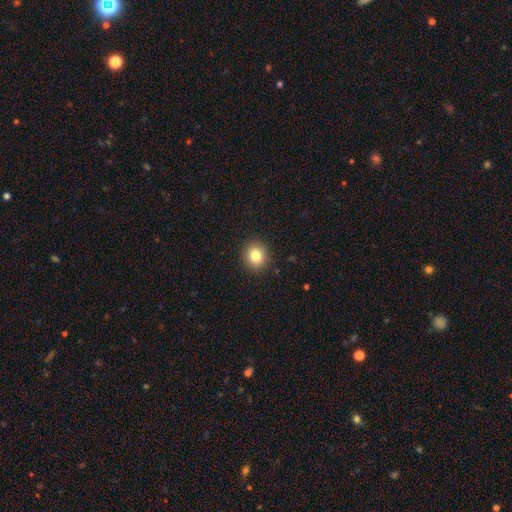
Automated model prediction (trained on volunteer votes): Smooth or featured?
  - smooth: 82% *
  - star or artifact: 11%
  - featured or disk: 7%
How rounded?
  - round: 81% *
  - in between: 18%
  - cigar-shaped: 1%
Merging?
  - none: 91% *
  - minor disturbance: 6%
  - major disturbance: 2%
  - merger: 1%